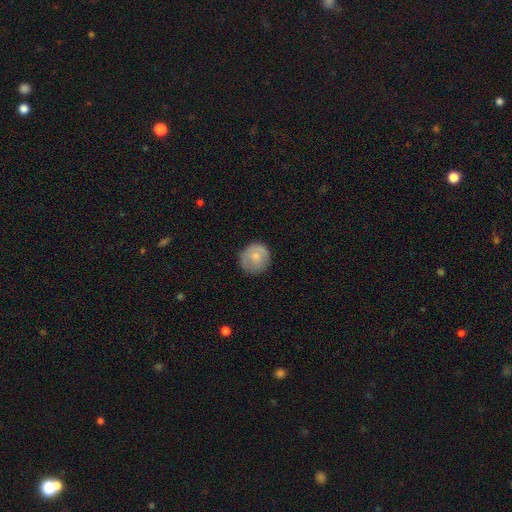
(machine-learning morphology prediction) Overall: smooth (70%). How rounded: round (91%). Merging: none (81%).